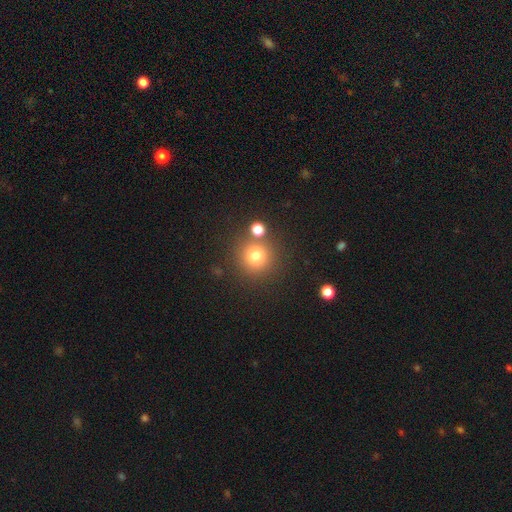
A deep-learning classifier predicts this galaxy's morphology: Q: Smooth or featured?
A: smooth (76%); runner-up: star or artifact (16%)
Q: How rounded?
A: round (94%); runner-up: in between (5%)
Q: Merging?
A: none (77%); runner-up: merger (12%)